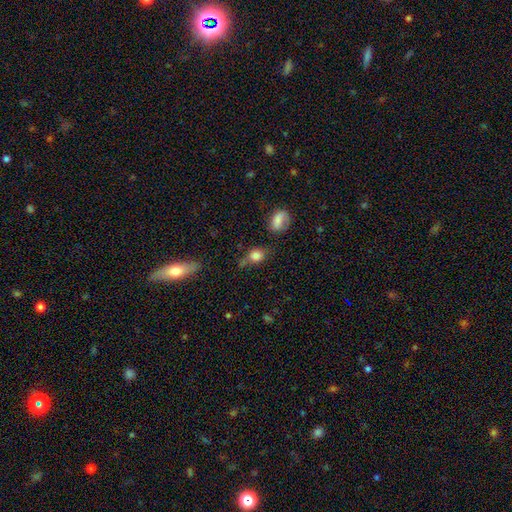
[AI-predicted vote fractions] Smooth or featured?
  - smooth: 79% *
  - star or artifact: 11%
  - featured or disk: 10%
How rounded?
  - round: 53% *
  - in between: 44%
  - cigar-shaped: 3%
Merging?
  - none: 50% *
  - minor disturbance: 25%
  - merger: 14%
  - major disturbance: 11%